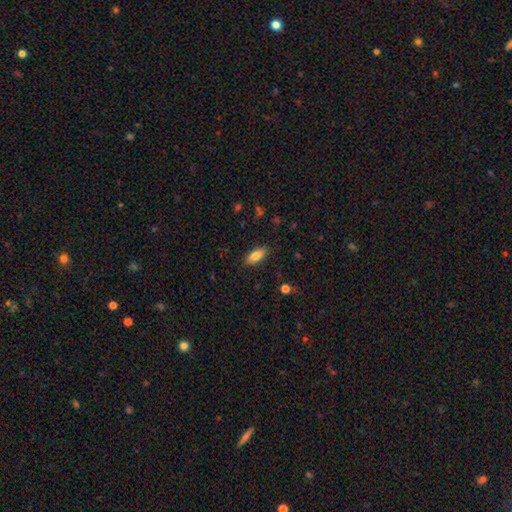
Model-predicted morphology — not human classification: A smooth galaxy with no disk features (80%) that is in between round and cigar-shaped (82%).

Vote fractions:
- Smooth or featured? smooth: 80% / featured or disk: 13% / star or artifact: 7%
- How rounded? in between: 82% / cigar-shaped: 16% / round: 3%
- Merging? none: 85% / minor disturbance: 11% / major disturbance: 3% / merger: 1%